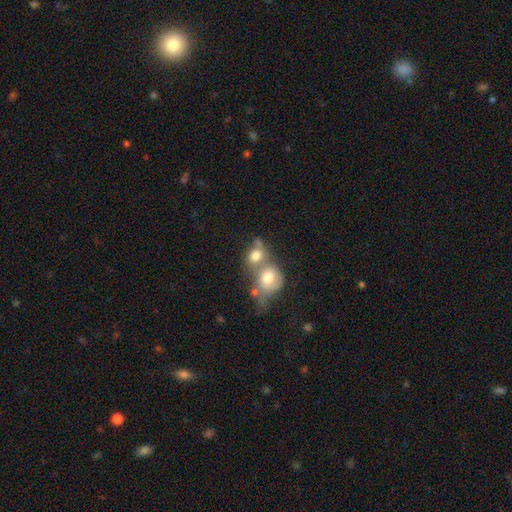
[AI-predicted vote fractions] Smooth or featured? Predicted: smooth (p=0.74). How rounded? Predicted: round (p=0.53). Merging? Predicted: merger (p=0.67).